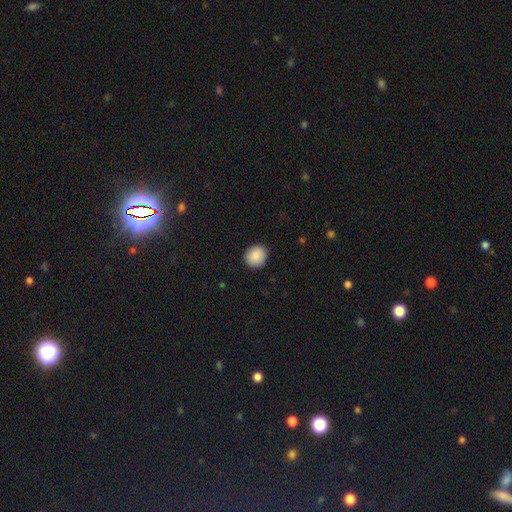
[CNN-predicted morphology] Smooth or featured?
  - smooth: 89% *
  - star or artifact: 7%
  - featured or disk: 4%
How rounded?
  - round: 87% *
  - in between: 12%
  - cigar-shaped: 1%
Merging?
  - none: 91% *
  - minor disturbance: 7%
  - major disturbance: 2%
  - merger: 1%